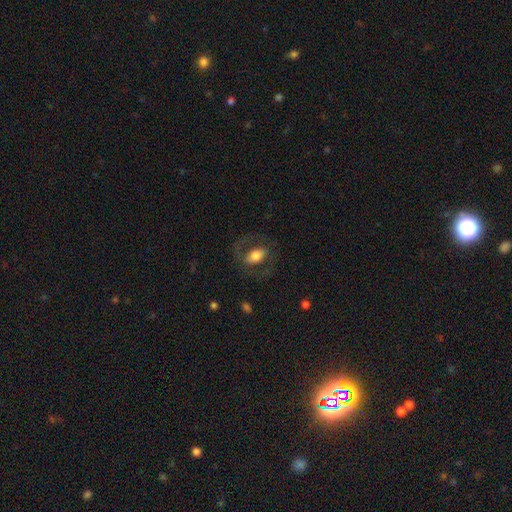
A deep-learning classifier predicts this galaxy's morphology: smooth-or-featured: smooth: 54% | featured or disk: 39% | star or artifact: 7%
  how-rounded: in between: 85% | round: 13% | cigar-shaped: 3%
  merging: none: 69% | major disturbance: 16% | minor disturbance: 14% | merger: 1%